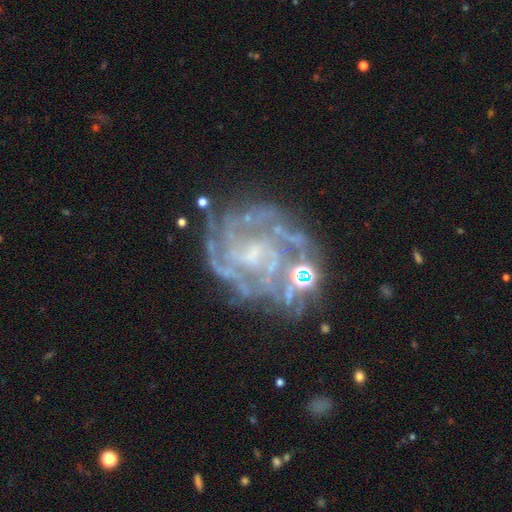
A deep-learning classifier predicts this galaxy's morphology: Smooth or featured?
  - featured or disk: 86% *
  - star or artifact: 8%
  - smooth: 6%
Edge-on disk?
  - no: 98% *
  - yes: 2%
Bar?
  - no: 53% *
  - weak: 35%
  - strong: 12%
Spiral arms?
  - yes: 92% *
  - no: 8%
Spiral winding?
  - tight: 62% *
  - medium: 31%
  - loose: 8%
Spiral arm count?
  - can't tell: 32% *
  - 3: 21%
  - 4: 18%
  - 2: 14%
  - more than 4: 9%
  - 1: 7%
Bulge size?
  - small: 46% *
  - none: 27%
  - moderate: 22%
  - large: 3%
  - dominant: 1%
Merging?
  - none: 63% *
  - minor disturbance: 18%
  - major disturbance: 13%
  - merger: 6%